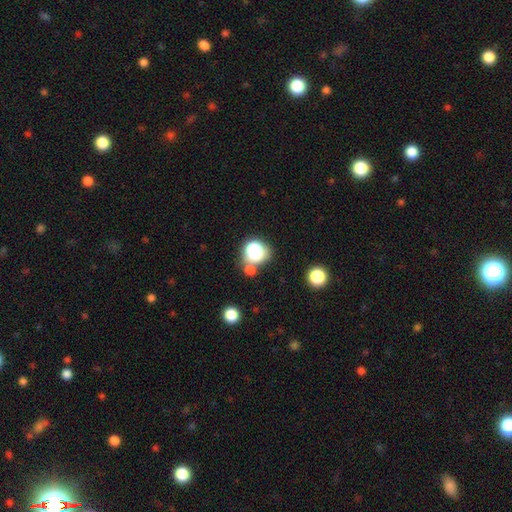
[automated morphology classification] A smooth galaxy with no disk features (65%) that is round (71%).

Vote fractions:
- Smooth or featured? smooth: 65% / star or artifact: 21% / featured or disk: 14%
- How rounded? round: 71% / in between: 28% / cigar-shaped: 1%
- Merging? none: 49% / merger: 31% / minor disturbance: 13% / major disturbance: 8%